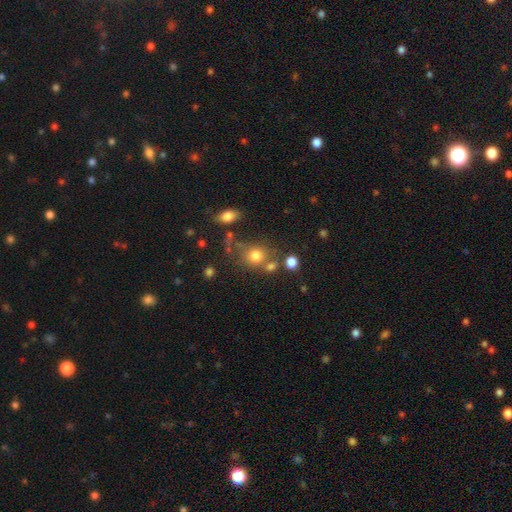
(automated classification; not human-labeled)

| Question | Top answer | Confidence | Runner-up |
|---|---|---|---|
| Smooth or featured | smooth | 76% | star or artifact (14%) |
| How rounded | round | 78% | in between (21%) |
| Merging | none | 60% | merger (19%) |